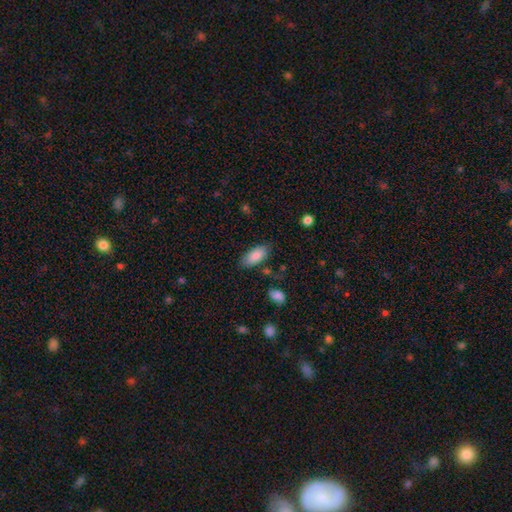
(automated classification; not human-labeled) Smooth or featured?
  - smooth: 85% *
  - featured or disk: 8%
  - star or artifact: 7%
How rounded?
  - in between: 89% *
  - cigar-shaped: 9%
  - round: 2%
Merging?
  - none: 79% *
  - minor disturbance: 15%
  - major disturbance: 4%
  - merger: 3%